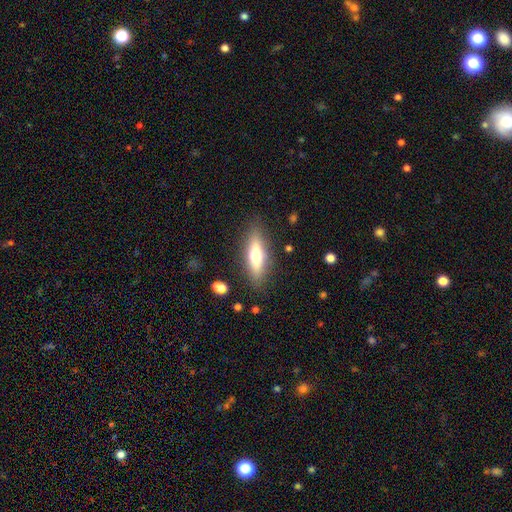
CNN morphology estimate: smooth_or_featured: smooth (p=0.51) [alt: featured or disk p=0.42]
how_rounded: cigar-shaped (p=0.58) [alt: in between p=0.40]
merging: none (p=0.85) [alt: minor disturbance p=0.10]